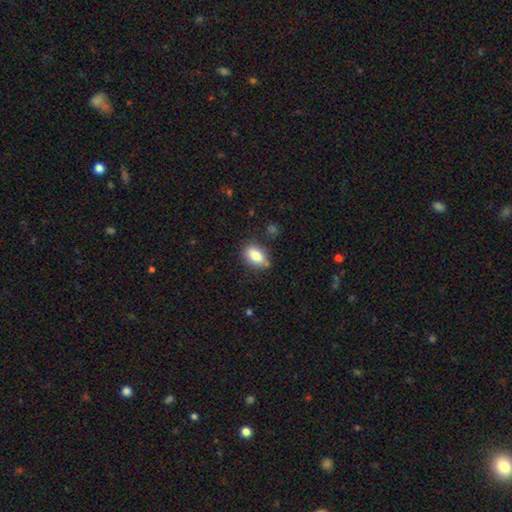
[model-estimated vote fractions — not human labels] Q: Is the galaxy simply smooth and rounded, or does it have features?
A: smooth — 81%.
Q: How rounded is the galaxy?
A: in between — 83%.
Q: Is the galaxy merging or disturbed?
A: none — 78%.